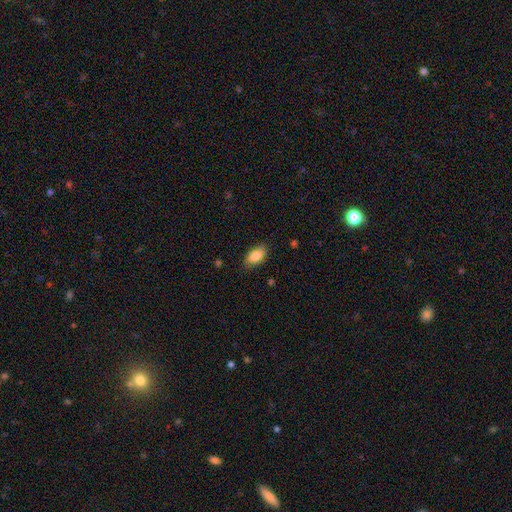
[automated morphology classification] type=smooth (85%); roundness=in between (92%); merging=none (83%).